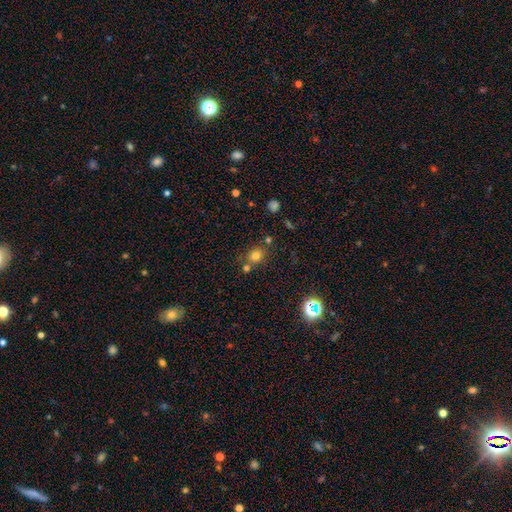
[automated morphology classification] Smooth or featured?
  - smooth: 76% *
  - star or artifact: 16%
  - featured or disk: 8%
How rounded?
  - round: 77% *
  - in between: 22%
  - cigar-shaped: 1%
Merging?
  - none: 65% *
  - merger: 20%
  - minor disturbance: 11%
  - major disturbance: 4%